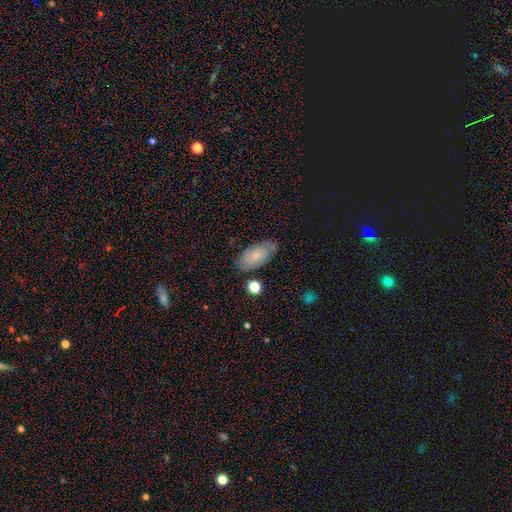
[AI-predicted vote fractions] The model was most divided on "smooth or featured": smooth: 60%, featured or disk: 32%, star or artifact: 8%. More confident: how rounded — in between (91%); merging — none (73%).